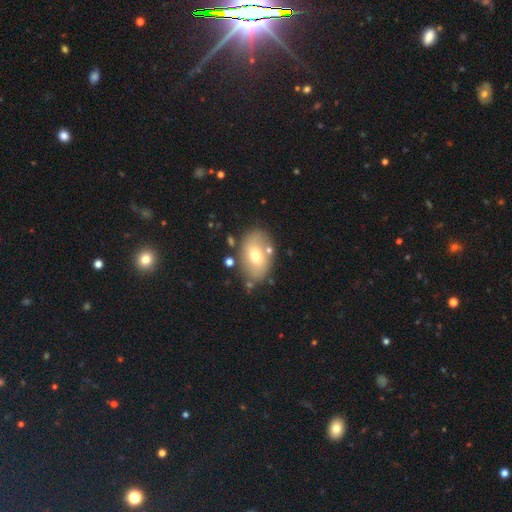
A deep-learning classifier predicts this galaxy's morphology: A smooth galaxy with no disk features (60%) that is in between round and cigar-shaped (82%).

Vote fractions:
- Smooth or featured? smooth: 60% / featured or disk: 32% / star or artifact: 8%
- How rounded? in between: 82% / round: 17% / cigar-shaped: 1%
- Merging? none: 77% / minor disturbance: 14% / merger: 5% / major disturbance: 4%